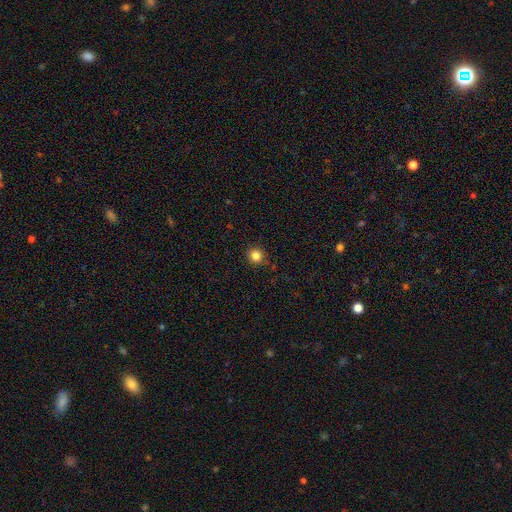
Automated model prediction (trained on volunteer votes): smooth 83%, star or artifact 12%, featured or disk 4%. Down the decision tree: how rounded — round (92%); merging — none (90%).